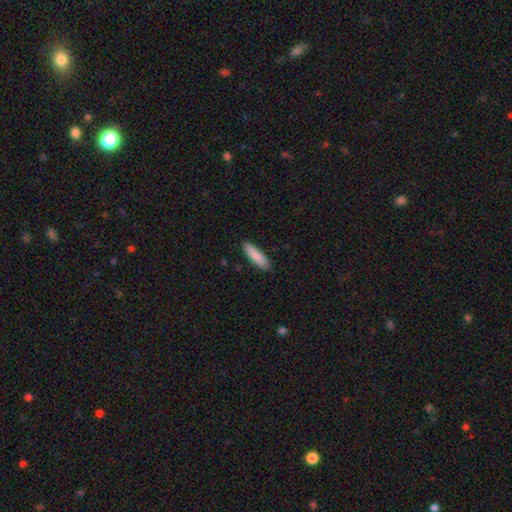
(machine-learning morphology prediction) This is clearly a smooth galaxy (87%). How rounded: likely cigar-shaped (71%). Merging: clearly none (88%).